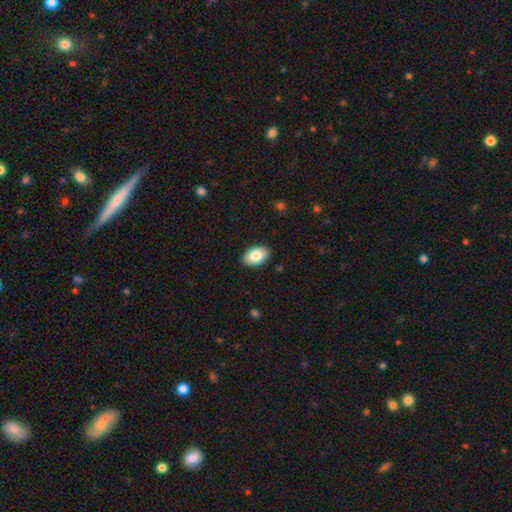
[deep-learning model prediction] smooth 86%, featured or disk 8%, star or artifact 6%. Down the decision tree: how rounded — in between (92%); merging — none (90%).